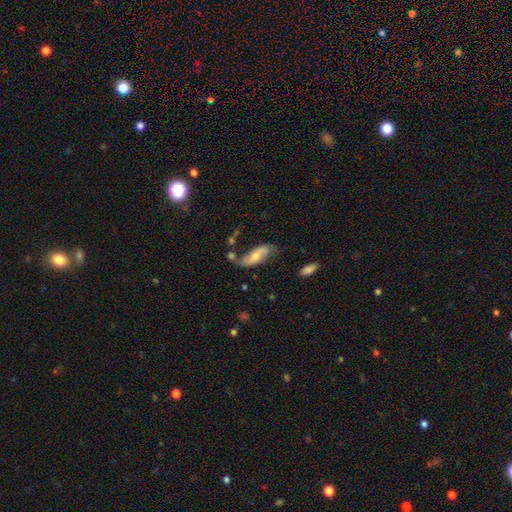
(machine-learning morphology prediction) A featured or disk galaxy (47%). Merging: none (52%).